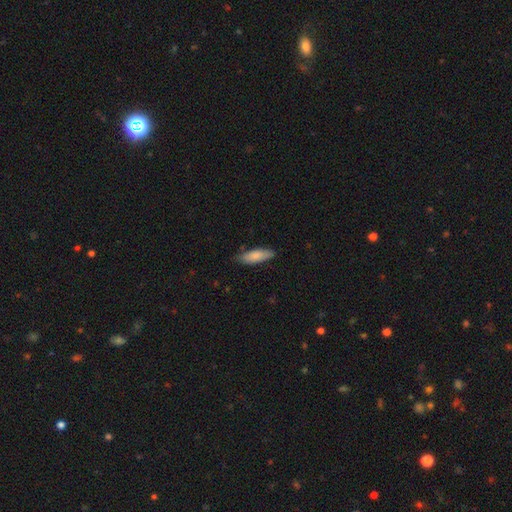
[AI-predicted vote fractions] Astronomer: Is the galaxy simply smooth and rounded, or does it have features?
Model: smooth — 83%.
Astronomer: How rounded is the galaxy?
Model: in between — 55% (runner-up: cigar-shaped, 44%).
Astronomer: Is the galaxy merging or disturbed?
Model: none — 78%.